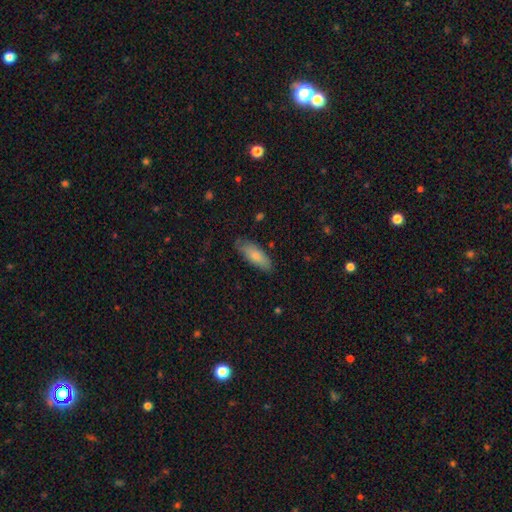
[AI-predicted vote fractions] Smooth or featured? smooth (78%)
How rounded? in between (65%)
Merging? none (78%)